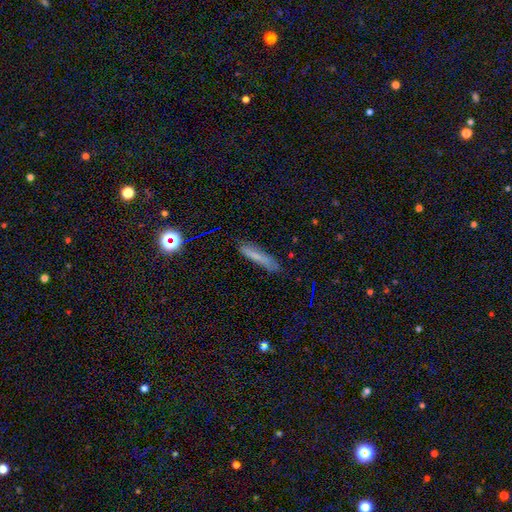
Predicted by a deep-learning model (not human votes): Morphology: type=smooth (71%); roundness=cigar-shaped (87%); merging=none (73%).